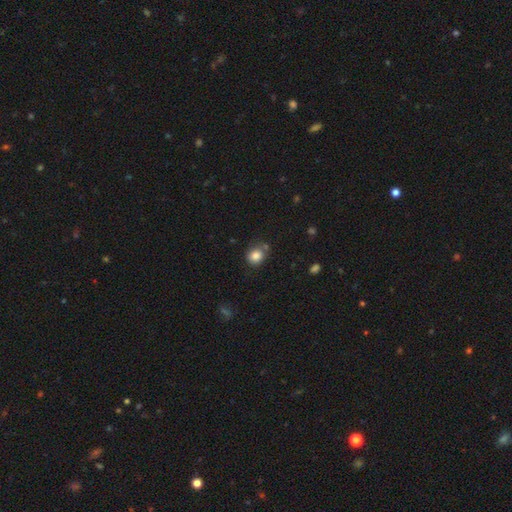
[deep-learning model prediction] Smooth or featured? smooth (84%)
How rounded? round (75%)
Merging? none (69%)